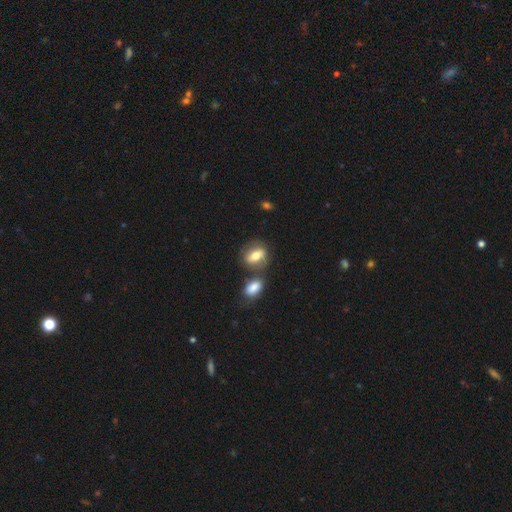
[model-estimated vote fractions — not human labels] Q: Smooth or featured?
A: smooth (66%); runner-up: featured or disk (27%)
Q: How rounded?
A: in between (75%); runner-up: round (20%)
Q: Merging?
A: none (53%); runner-up: merger (30%)